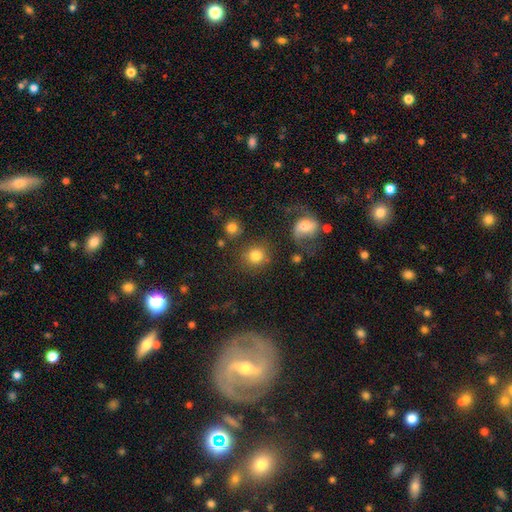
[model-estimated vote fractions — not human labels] Overall: smooth (80%). How rounded: round (87%). Merging: none (77%).